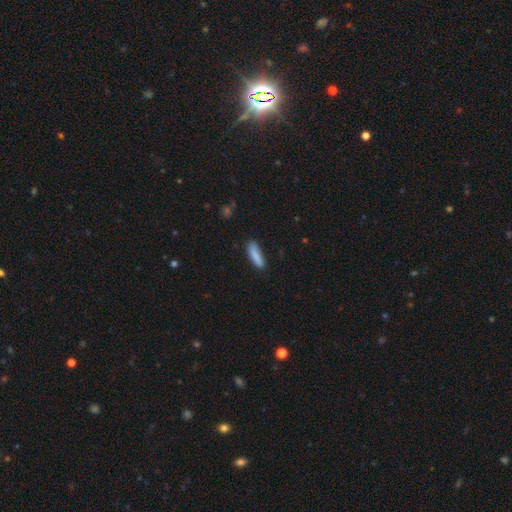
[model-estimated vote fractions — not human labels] smooth-or-featured: smooth: 87% | featured or disk: 7% | star or artifact: 7%
  how-rounded: cigar-shaped: 67% | in between: 31% | round: 2%
  merging: none: 81% | minor disturbance: 15% | major disturbance: 3% | merger: 2%